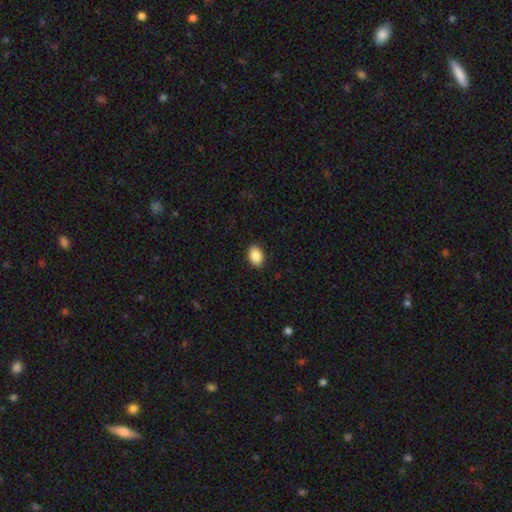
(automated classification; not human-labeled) Smooth or featured? Predicted: smooth (p=0.89). How rounded? Predicted: in between (p=0.80). Merging? Predicted: none (p=0.89).